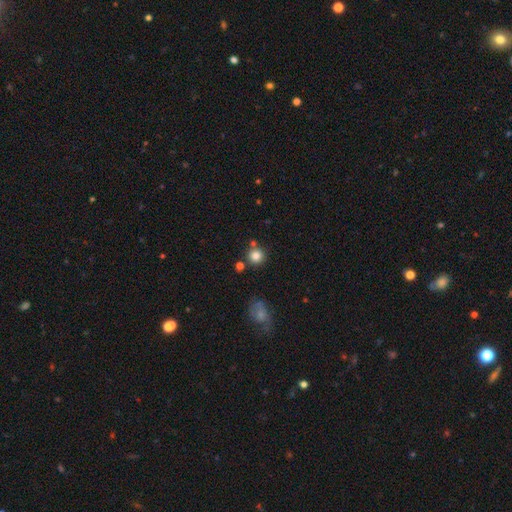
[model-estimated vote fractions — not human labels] Overall: smooth (82%). How rounded: round (92%). Merging: none (77%).